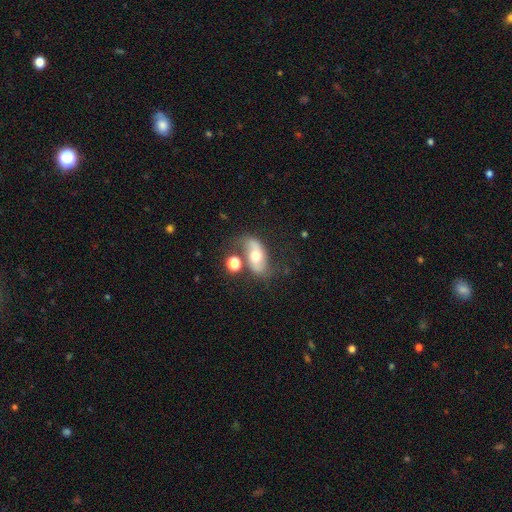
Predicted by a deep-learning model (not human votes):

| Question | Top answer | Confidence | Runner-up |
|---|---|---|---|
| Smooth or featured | featured or disk | 55% | smooth (36%) |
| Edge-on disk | no | 91% | yes (9%) |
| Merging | none | 55% | minor disturbance (20%) |